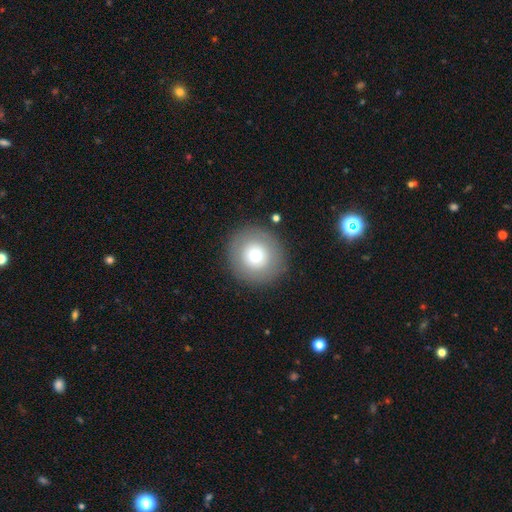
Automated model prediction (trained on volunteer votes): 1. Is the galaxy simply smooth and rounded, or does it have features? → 70% smooth, 20% featured or disk, 10% star or artifact.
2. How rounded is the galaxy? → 94% round, 5% in between, 1% cigar-shaped.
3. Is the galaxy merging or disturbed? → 89% none, 7% minor disturbance, 3% major disturbance, 1% merger.